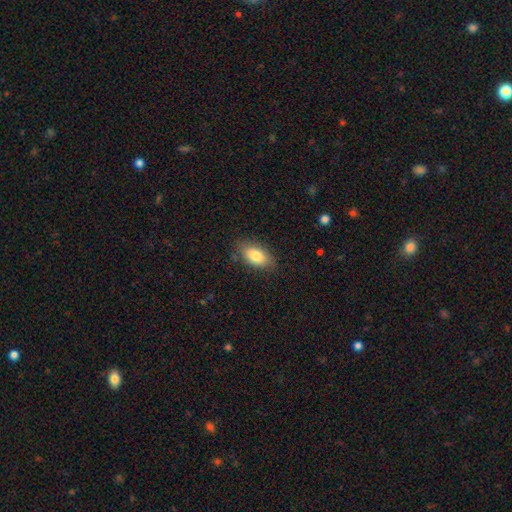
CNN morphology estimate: Overall: smooth (82%). How rounded: in between (91%). Merging: none (80%).